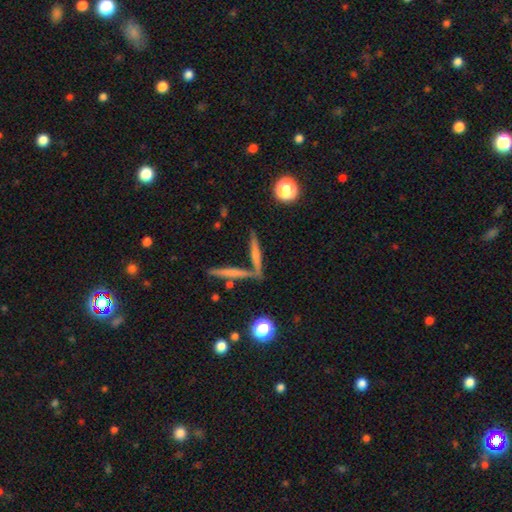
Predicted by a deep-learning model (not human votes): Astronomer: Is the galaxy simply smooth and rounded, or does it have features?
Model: featured or disk — 49% (runner-up: smooth, 40%).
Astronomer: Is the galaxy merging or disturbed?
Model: none — 70%.